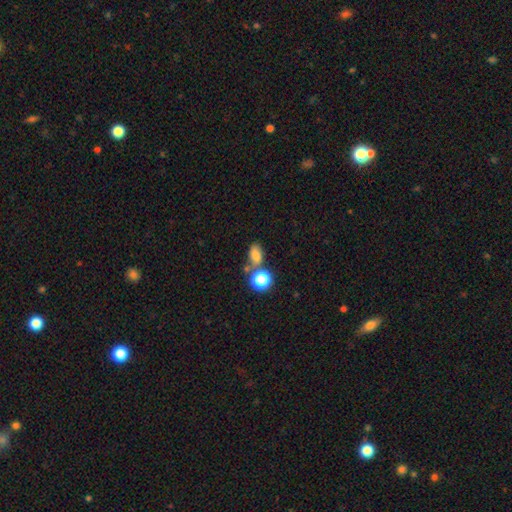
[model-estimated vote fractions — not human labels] Smooth or featured? Predicted: smooth (p=0.73). How rounded? Predicted: in between (p=0.75). Merging? Predicted: none (p=0.55).